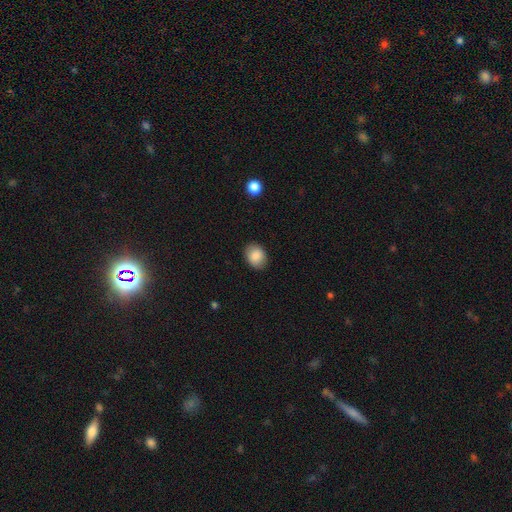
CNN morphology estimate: Smooth or featured?
  - smooth: 87% *
  - star or artifact: 8%
  - featured or disk: 5%
How rounded?
  - in between: 59% *
  - round: 40%
  - cigar-shaped: 1%
Merging?
  - none: 87% *
  - minor disturbance: 9%
  - major disturbance: 2%
  - merger: 1%